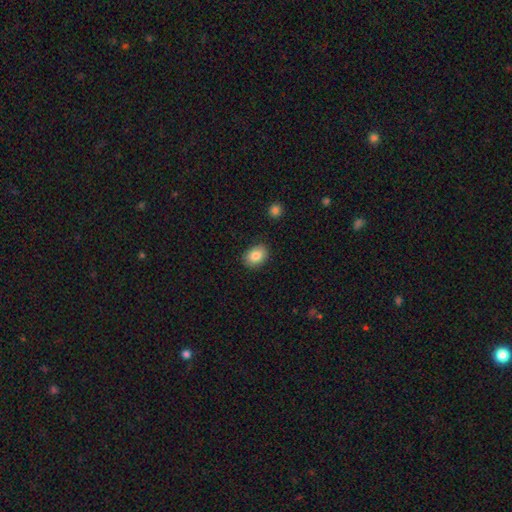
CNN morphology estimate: A smooth galaxy with no disk features (85%) that is in between round and cigar-shaped (70%). Merging: none (86%).